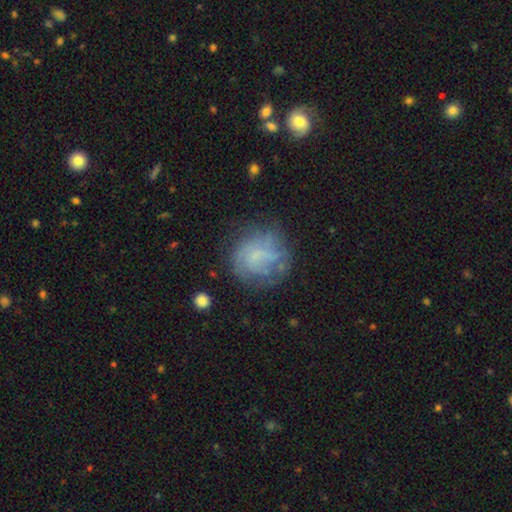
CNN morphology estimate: Smooth or featured: featured or disk — 51% (smooth — 38%)
Edge-on disk: no — 98% (yes — 2%)
Merging: none — 62% (minor disturbance — 20%)